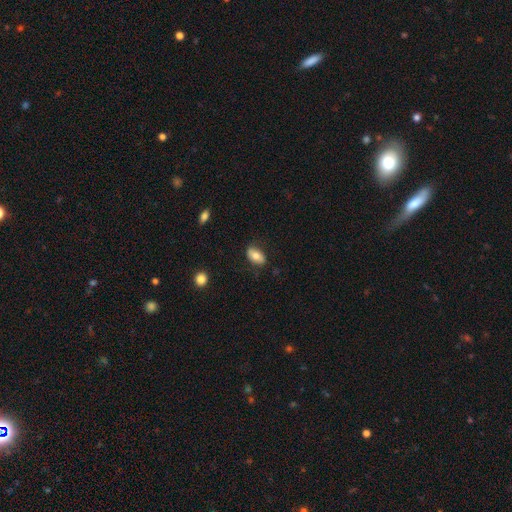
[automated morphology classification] type=smooth (73%); roundness=in between (90%); merging=none (77%).